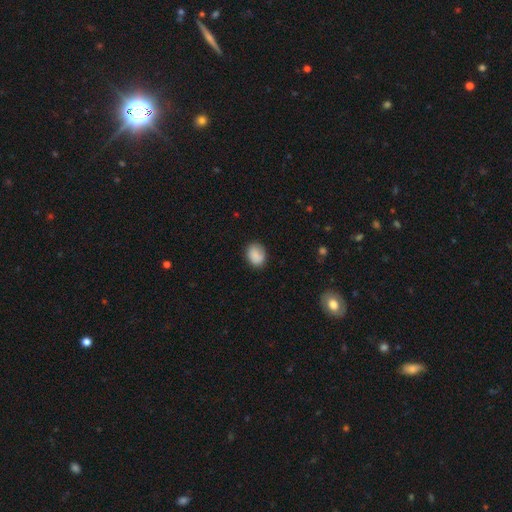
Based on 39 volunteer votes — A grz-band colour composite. It shows a smooth galaxy with no disk features (69%) that is in between round and cigar-shaped (59%). Merging: none (69%).